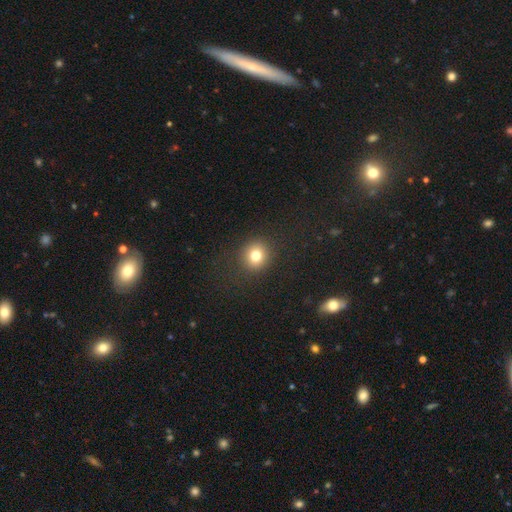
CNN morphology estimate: Smooth or featured?
  - smooth: 79% *
  - star or artifact: 13%
  - featured or disk: 8%
How rounded?
  - round: 87% *
  - in between: 12%
  - cigar-shaped: 1%
Merging?
  - none: 89% *
  - minor disturbance: 7%
  - major disturbance: 4%
  - merger: 1%